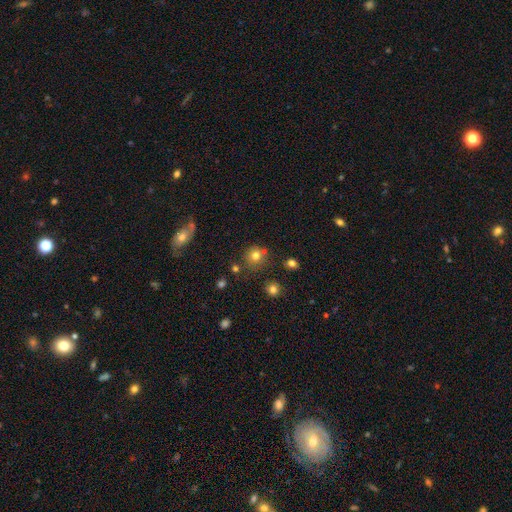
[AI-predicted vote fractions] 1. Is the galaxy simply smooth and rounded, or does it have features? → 76% smooth, 15% star or artifact, 9% featured or disk.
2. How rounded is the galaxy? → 89% round, 10% in between, 1% cigar-shaped.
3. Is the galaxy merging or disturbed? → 74% none, 12% minor disturbance, 10% merger, 4% major disturbance.